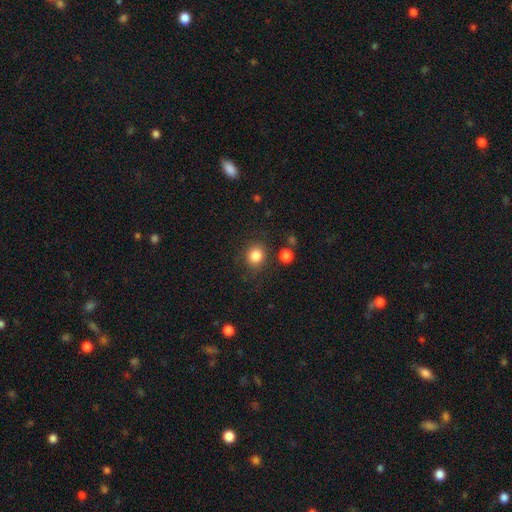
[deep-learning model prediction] Smooth or featured?
  - smooth: 84% *
  - star or artifact: 11%
  - featured or disk: 5%
How rounded?
  - round: 81% *
  - in between: 18%
  - cigar-shaped: 1%
Merging?
  - none: 83% *
  - minor disturbance: 10%
  - major disturbance: 4%
  - merger: 4%